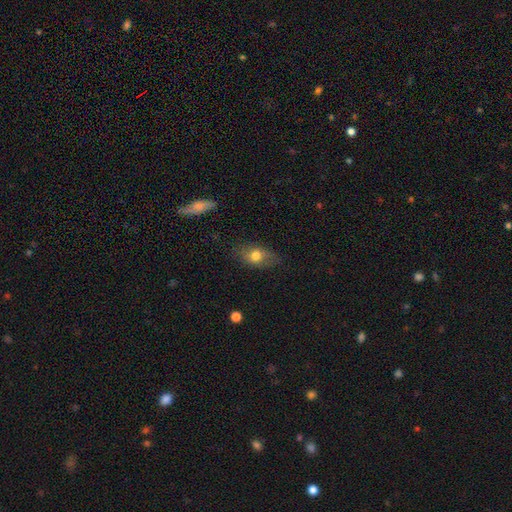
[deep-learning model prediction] A smooth galaxy with no disk features (70%) that is in between round and cigar-shaped (78%). Merging: none (74%).